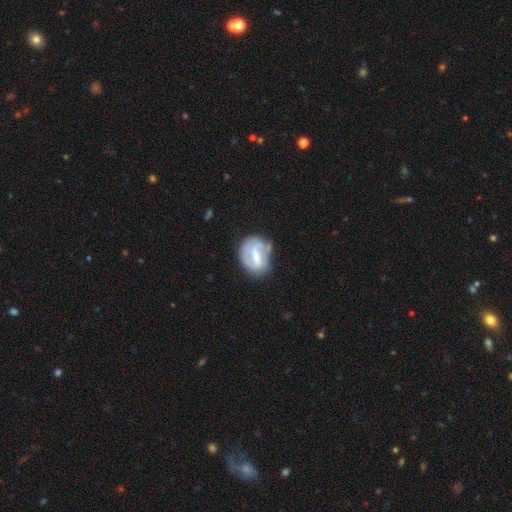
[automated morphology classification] Smooth or featured? Predicted: featured or disk (p=0.59). Edge-on disk? Predicted: no (p=0.97). Bar? Predicted: strong (p=0.43). Spiral arms? Predicted: yes (p=0.58). Bulge size? Predicted: moderate (p=0.42). Merging? Predicted: none (p=0.50).